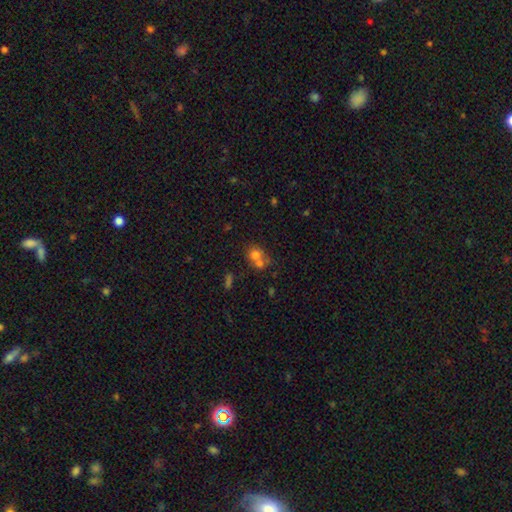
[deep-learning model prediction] This is likely a smooth galaxy (66%). How rounded: likely round (72%). Merging: possibly merger (58%).